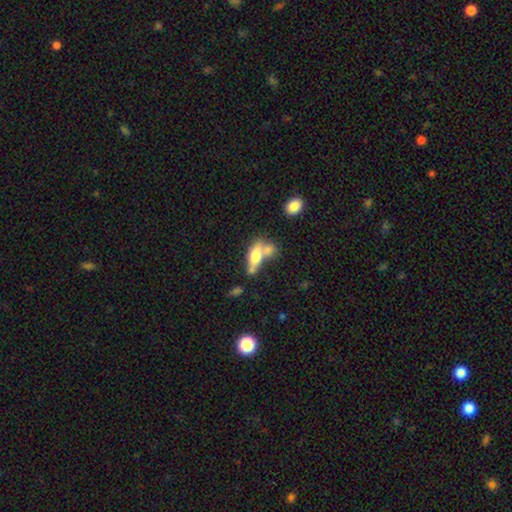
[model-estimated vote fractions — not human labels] A smooth galaxy with no disk features (61%) that is in between round and cigar-shaped (66%).

Vote fractions:
- Smooth or featured? smooth: 61% / featured or disk: 31% / star or artifact: 8%
- How rounded? in between: 66% / cigar-shaped: 29% / round: 5%
- Merging? merger: 46% / none: 32% / minor disturbance: 13% / major disturbance: 8%